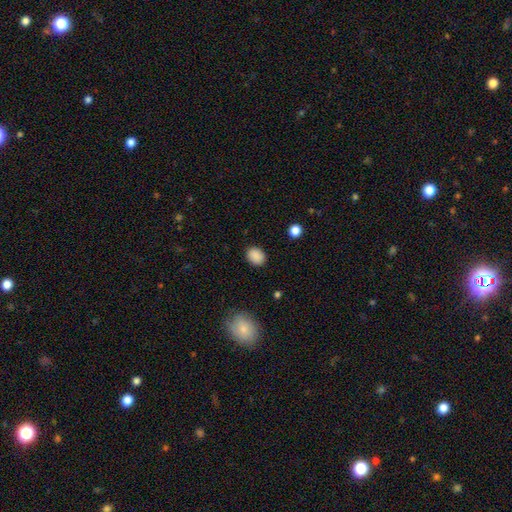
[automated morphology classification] smooth_or_featured: smooth (p=0.88) [alt: star or artifact p=0.09]
how_rounded: in between (p=0.52) [alt: round p=0.47]
merging: none (p=0.87) [alt: minor disturbance p=0.09]